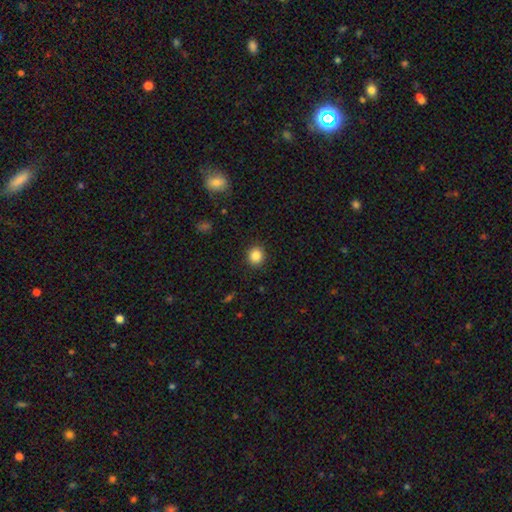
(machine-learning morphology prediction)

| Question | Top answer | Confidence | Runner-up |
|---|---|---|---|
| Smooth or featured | smooth | 85% | star or artifact (10%) |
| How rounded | round | 86% | in between (13%) |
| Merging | none | 90% | minor disturbance (7%) |